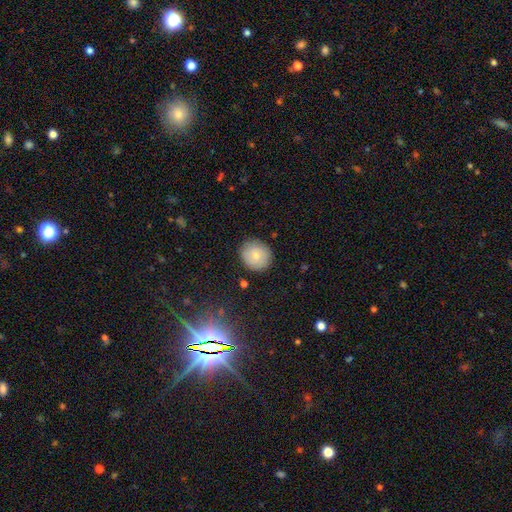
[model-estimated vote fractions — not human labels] Q: Smooth or featured?
A: smooth (75%); runner-up: featured or disk (16%)
Q: How rounded?
A: round (85%); runner-up: in between (14%)
Q: Merging?
A: none (87%); runner-up: minor disturbance (10%)